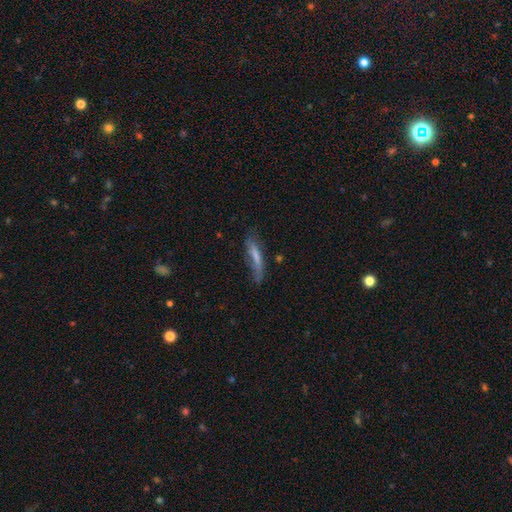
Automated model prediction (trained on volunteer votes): A smooth galaxy with no disk features (54%) that is cigar-shaped (83%). Merging: none (56%).